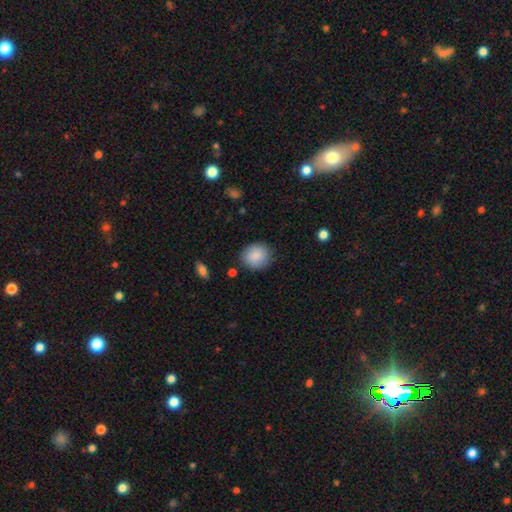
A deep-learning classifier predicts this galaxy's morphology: Smooth or featured? Predicted: smooth (p=0.87). How rounded? Predicted: round (p=0.80). Merging? Predicted: none (p=0.85).